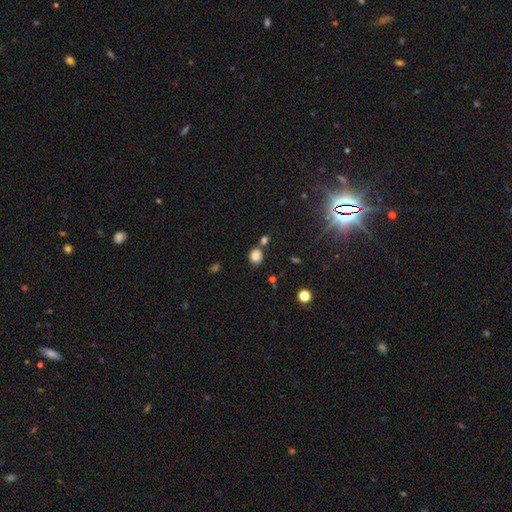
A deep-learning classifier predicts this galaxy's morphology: The model was most divided on "how rounded": round: 73%, in between: 26%, cigar-shaped: 1%. More confident: smooth or featured — smooth (82%); merging — none (69%).